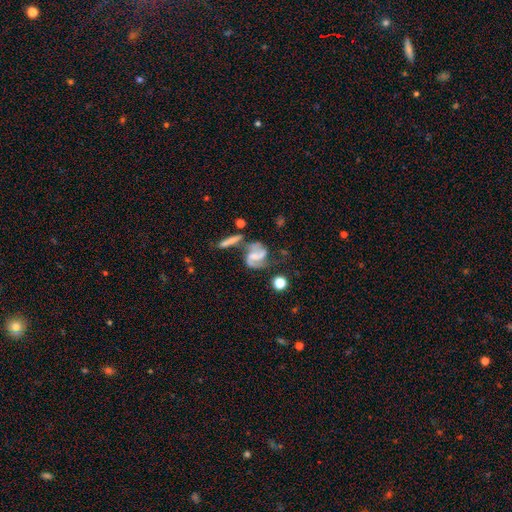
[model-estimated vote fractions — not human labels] This is likely a featured or disk galaxy (80%). It is clearly not viewed edge-on (96%). Bar: marginally weak (42%). Spiral arm pattern: clearly yes (93%). Spiral arm count: clearly 2 (86%). Spiral winding: possibly medium (48%). Central bulge: marginally small (34%). Merging: marginally none (42%).